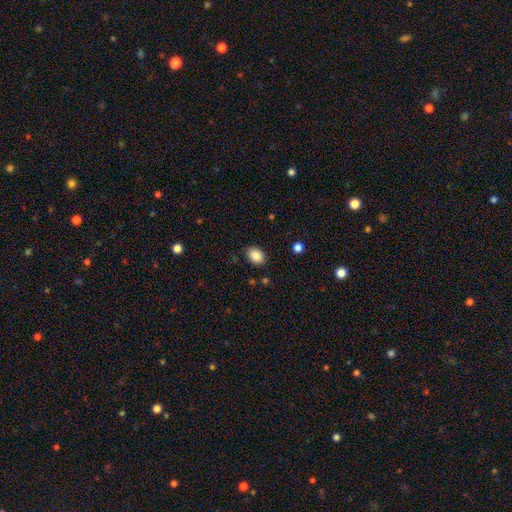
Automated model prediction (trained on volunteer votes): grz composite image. It shows a smooth galaxy with no disk features (87%) that is in between round and cigar-shaped (69%). Merging: none (85%).